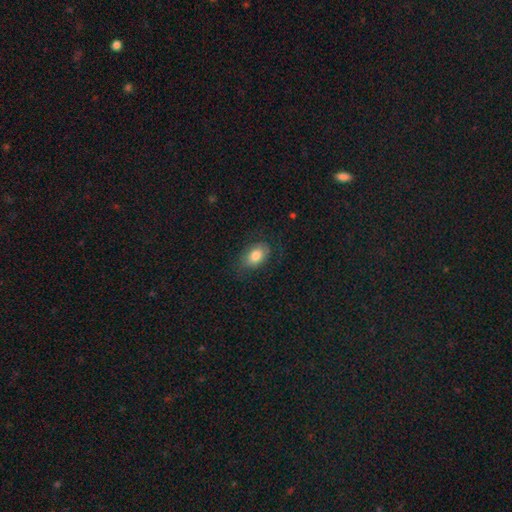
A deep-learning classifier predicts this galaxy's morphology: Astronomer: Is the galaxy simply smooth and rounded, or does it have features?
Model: smooth — 79%.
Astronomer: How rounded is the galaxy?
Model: in between — 86%.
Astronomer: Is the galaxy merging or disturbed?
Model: none — 74%.